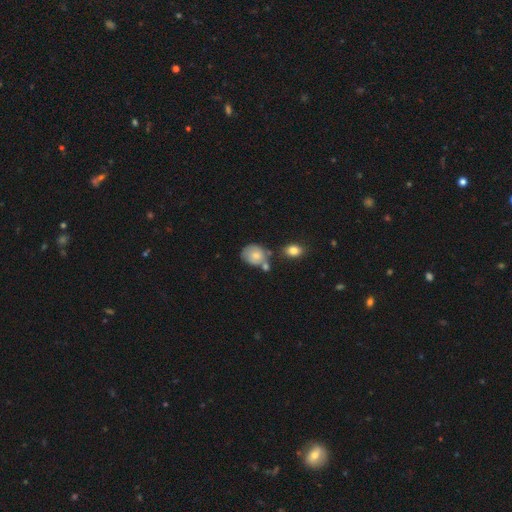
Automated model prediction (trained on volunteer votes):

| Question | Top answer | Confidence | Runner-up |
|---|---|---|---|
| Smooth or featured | smooth | 67% | featured or disk (24%) |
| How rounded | round | 65% | in between (34%) |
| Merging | none | 50% | minor disturbance (23%) |